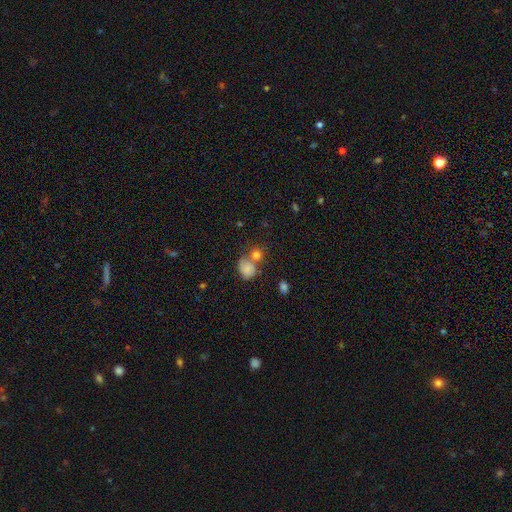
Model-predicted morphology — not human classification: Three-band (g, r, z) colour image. It shows a smooth galaxy with no disk features (66%) that is round (71%). Merging: none (44%).